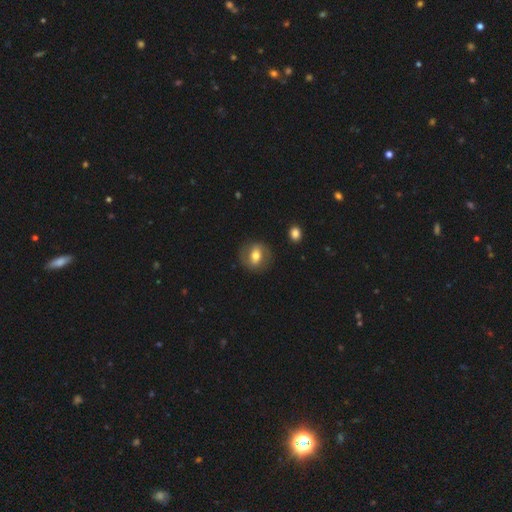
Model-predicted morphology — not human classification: smooth 47%, featured or disk 46%, star or artifact 7%. Down the decision tree: merging — none (82%).